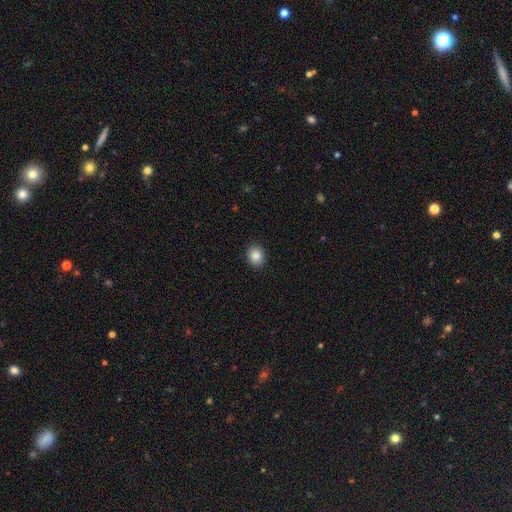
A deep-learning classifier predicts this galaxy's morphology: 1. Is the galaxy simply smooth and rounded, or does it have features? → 87% smooth, 9% star or artifact, 4% featured or disk.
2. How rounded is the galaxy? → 58% round, 41% in between, 1% cigar-shaped.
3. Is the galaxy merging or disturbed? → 90% none, 7% minor disturbance, 2% major disturbance, 1% merger.